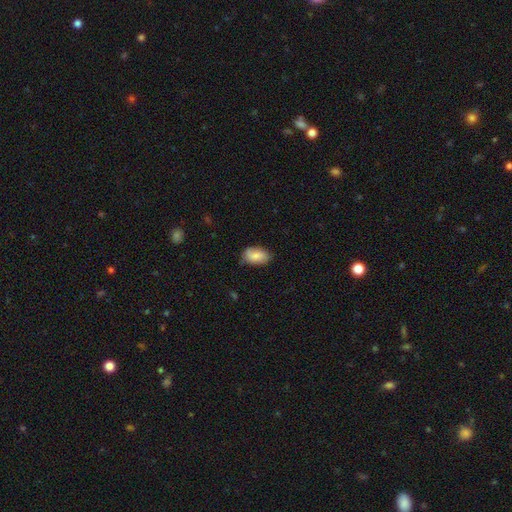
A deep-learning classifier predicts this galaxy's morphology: Smooth or featured? Predicted: smooth (p=0.80). How rounded? Predicted: in between (p=0.92). Merging? Predicted: none (p=0.72).